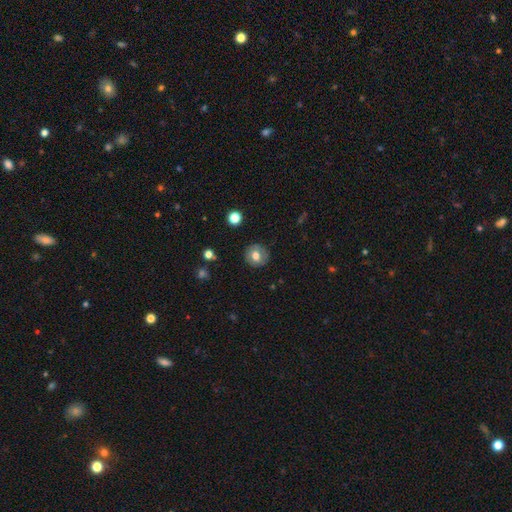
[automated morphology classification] smooth_or_featured: smooth (p=0.66) [alt: featured or disk p=0.25]
how_rounded: round (p=0.89) [alt: in between p=0.10]
merging: none (p=0.86) [alt: minor disturbance p=0.10]